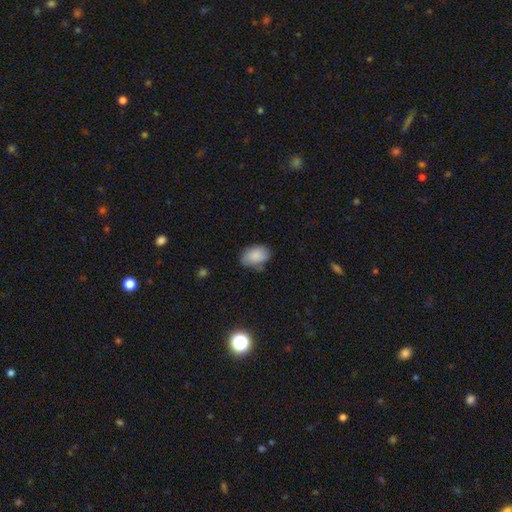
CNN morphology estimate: smooth-or-featured: smooth: 84% | featured or disk: 8% | star or artifact: 8%
  how-rounded: in between: 85% | round: 14% | cigar-shaped: 1%
  merging: none: 60% | minor disturbance: 29% | major disturbance: 7% | merger: 4%